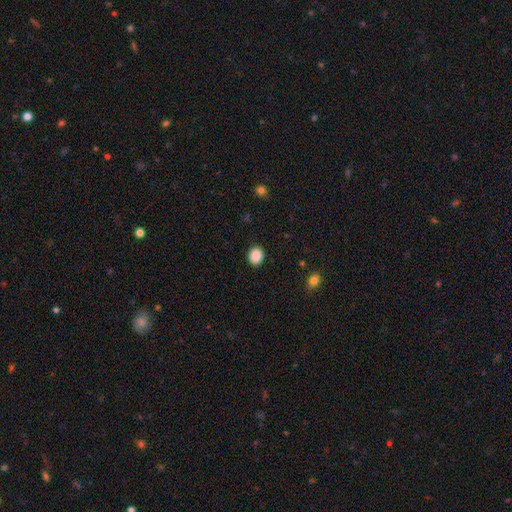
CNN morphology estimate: smooth 89%, star or artifact 9%, featured or disk 3%. Down the decision tree: how rounded — round (65%); merging — none (90%).